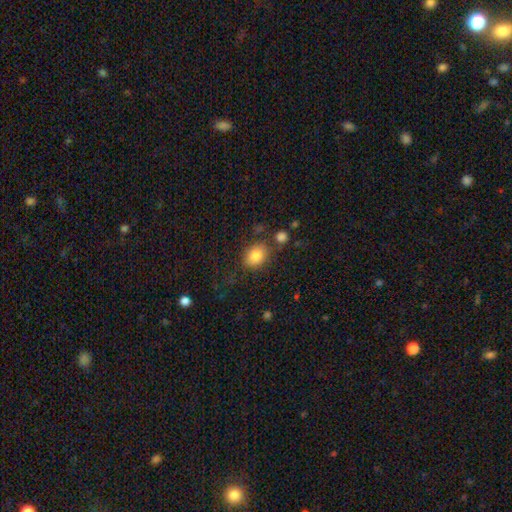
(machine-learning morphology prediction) smooth-or-featured: smooth: 84% | star or artifact: 9% | featured or disk: 7%
  how-rounded: in between: 55% | round: 43% | cigar-shaped: 1%
  merging: none: 74% | minor disturbance: 14% | merger: 7% | major disturbance: 5%